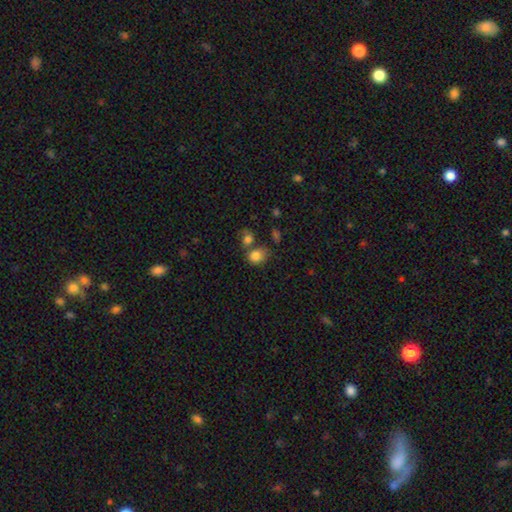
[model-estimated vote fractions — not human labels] This is clearly a smooth galaxy (82%). How rounded: possibly round (52%). Merging: marginally none (44%).